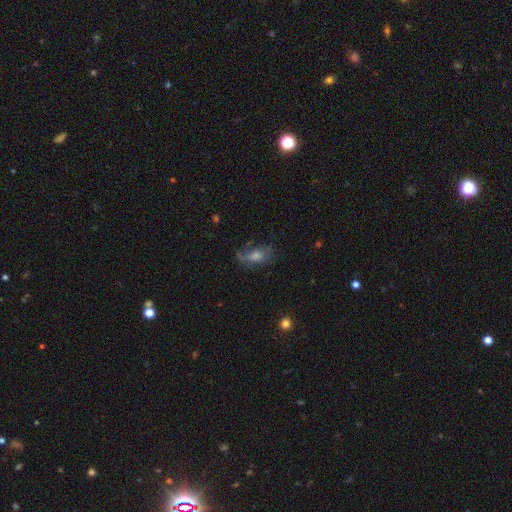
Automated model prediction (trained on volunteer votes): smooth-or-featured: featured or disk: 45% | smooth: 38% | star or artifact: 17%
  merging: none: 57% | minor disturbance: 24% | major disturbance: 17% | merger: 2%